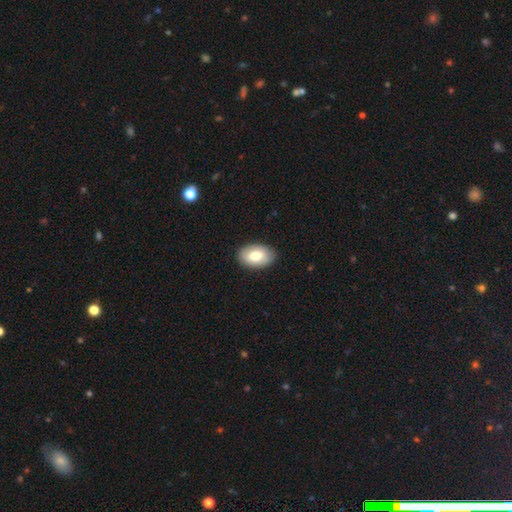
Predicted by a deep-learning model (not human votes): This is likely a smooth galaxy (78%). How rounded: clearly in between (90%). Merging: clearly none (88%).